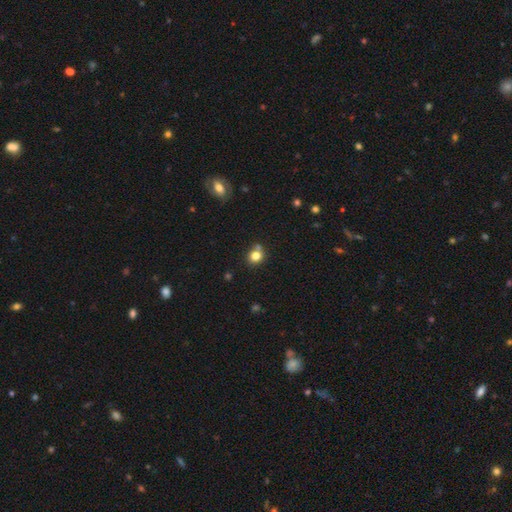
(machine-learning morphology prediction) smooth 79%, star or artifact 13%, featured or disk 8%. Down the decision tree: how rounded — round (78%); merging — none (68%).